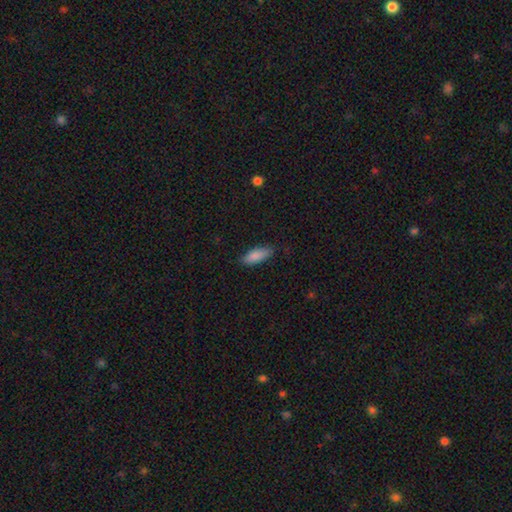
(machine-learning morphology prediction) Smooth or featured? smooth (88%)
How rounded? in between (76%)
Merging? none (83%)